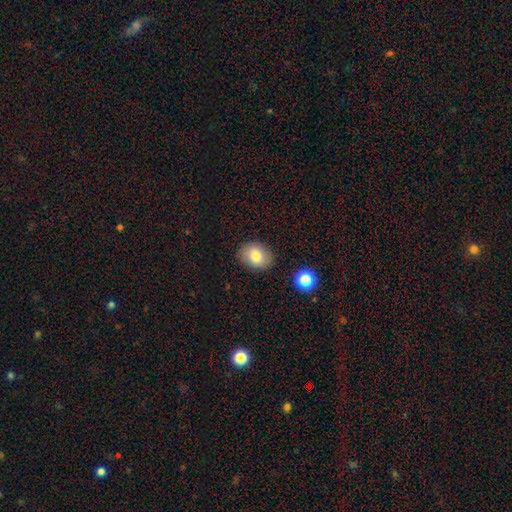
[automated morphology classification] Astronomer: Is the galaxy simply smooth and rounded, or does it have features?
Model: smooth — 80%.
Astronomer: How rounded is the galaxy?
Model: in between — 62% (runner-up: round, 37%).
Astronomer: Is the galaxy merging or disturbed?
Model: none — 85%.